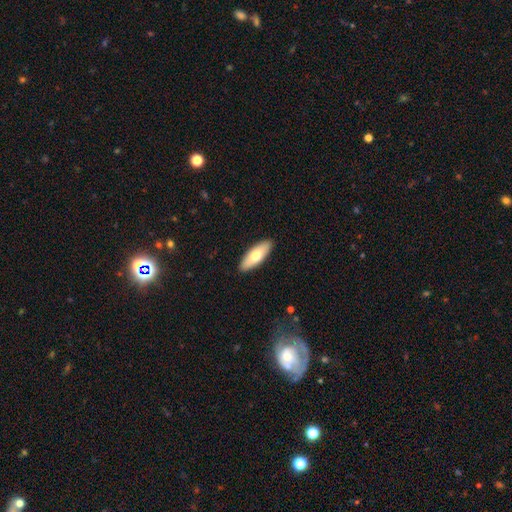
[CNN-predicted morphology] smooth 71%, featured or disk 24%, star or artifact 5%. Down the decision tree: how rounded — in between (70%); merging — none (90%).